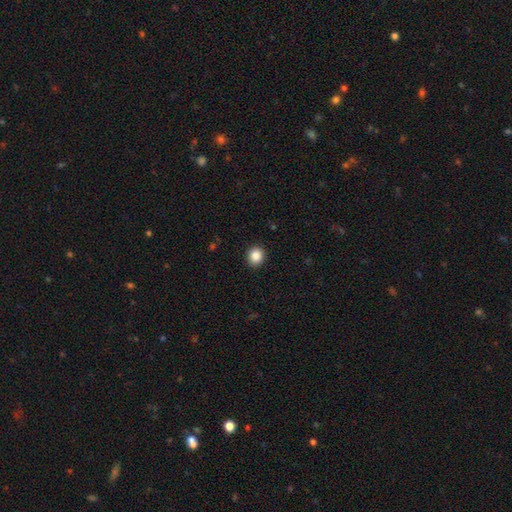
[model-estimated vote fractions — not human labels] This appears to be a smooth galaxy with no disk features (87%) that is round (77%). Merging: none (92%).